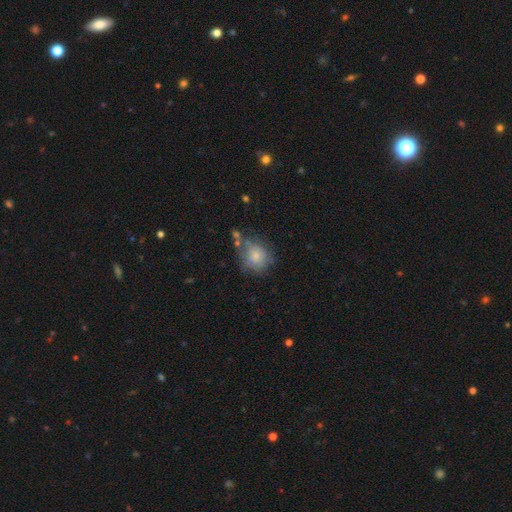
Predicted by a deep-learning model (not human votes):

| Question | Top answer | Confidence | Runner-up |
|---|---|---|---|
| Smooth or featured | smooth | 74% | featured or disk (17%) |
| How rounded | round | 76% | in between (23%) |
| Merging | none | 52% | minor disturbance (26%) |